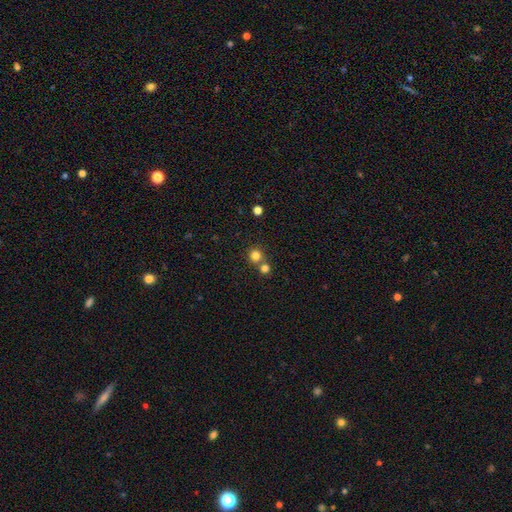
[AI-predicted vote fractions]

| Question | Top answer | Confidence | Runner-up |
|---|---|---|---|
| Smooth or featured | smooth | 81% | star or artifact (13%) |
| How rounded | round | 91% | in between (8%) |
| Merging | none | 61% | merger (31%) |